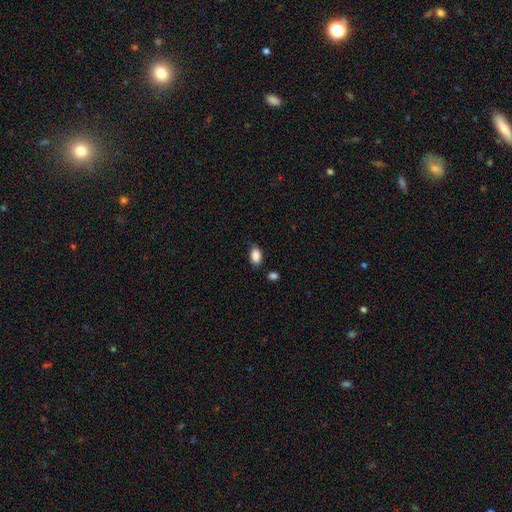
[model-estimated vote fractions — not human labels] This is clearly a smooth galaxy (88%). How rounded: clearly in between (89%). Merging: likely none (76%).